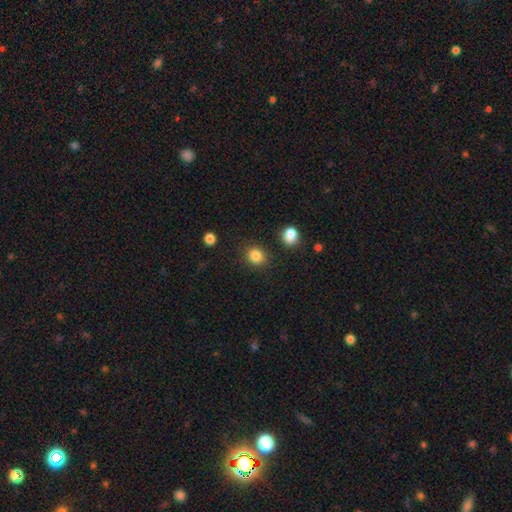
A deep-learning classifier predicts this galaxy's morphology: Smooth or featured? smooth (85%)
How rounded? round (73%)
Merging? none (86%)